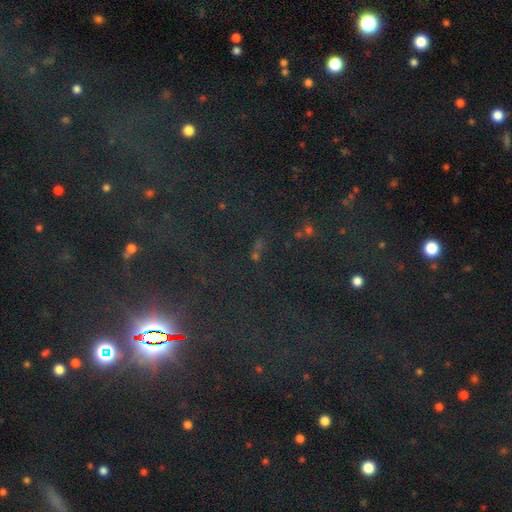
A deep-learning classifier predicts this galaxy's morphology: This is likely a star or artifact rather than a galaxy (75%).